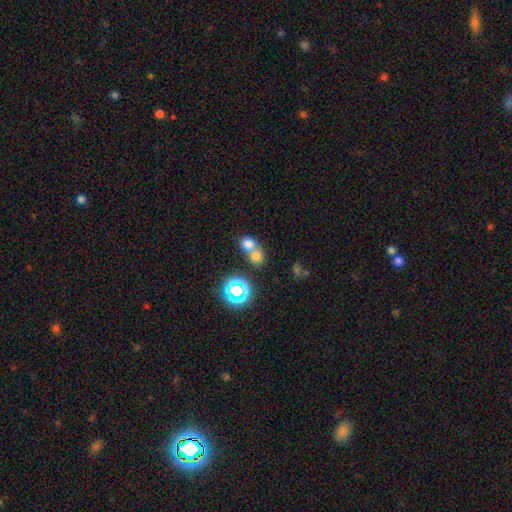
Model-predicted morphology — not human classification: smooth 70%, star or artifact 19%, featured or disk 10%. Down the decision tree: how rounded — round (72%); merging — merger (57%).